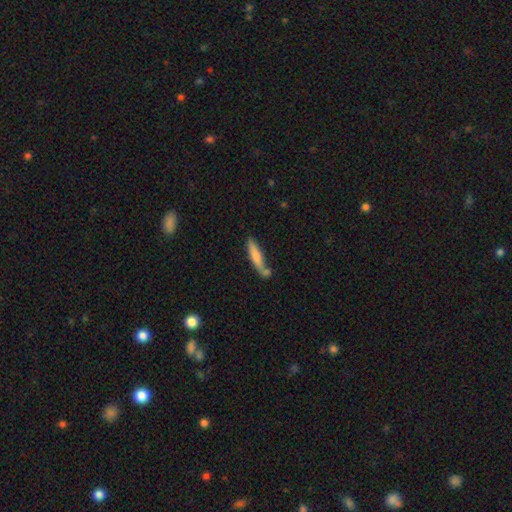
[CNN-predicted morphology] Smooth or featured: smooth — 69% (featured or disk — 25%)
How rounded: cigar-shaped — 84% (in between — 15%)
Merging: none — 60% (merger — 18%)